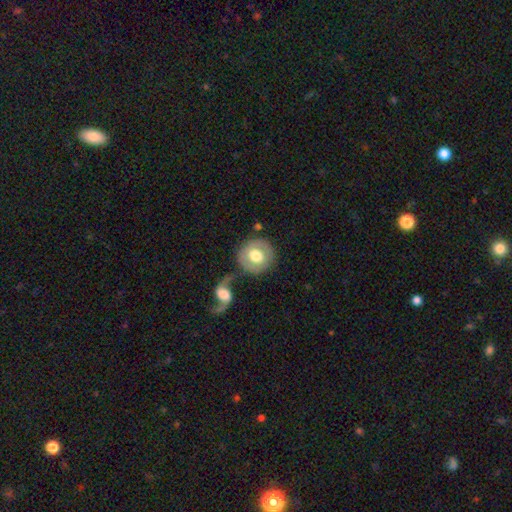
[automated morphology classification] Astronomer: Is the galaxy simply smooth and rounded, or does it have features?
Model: smooth — 57% (runner-up: featured or disk, 37%).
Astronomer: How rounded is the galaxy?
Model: round — 87%.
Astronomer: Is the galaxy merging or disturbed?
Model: none — 66%.